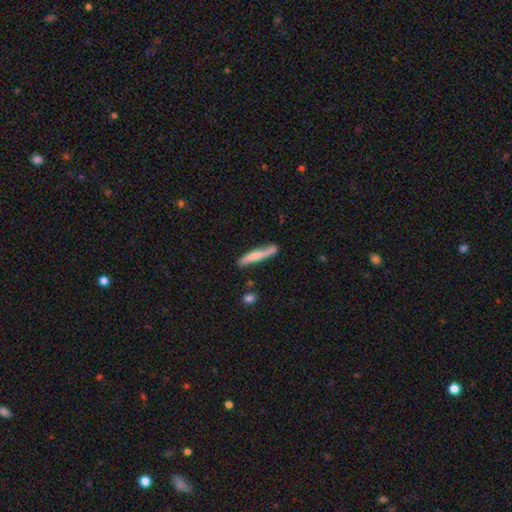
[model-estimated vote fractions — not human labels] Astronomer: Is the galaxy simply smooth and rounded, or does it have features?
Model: smooth — 59% (runner-up: featured or disk, 36%).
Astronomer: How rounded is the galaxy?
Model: cigar-shaped — 90%.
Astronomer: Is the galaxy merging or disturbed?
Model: none — 66%.